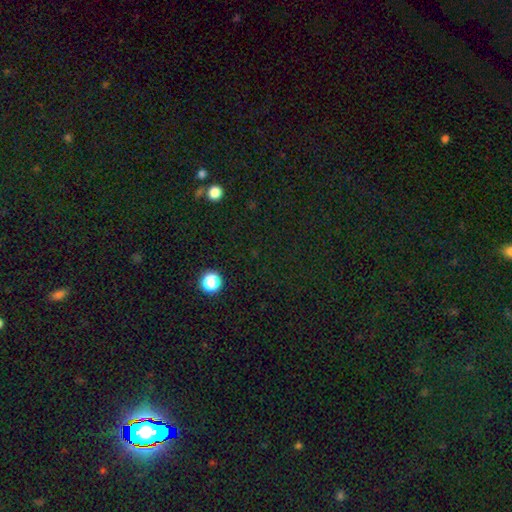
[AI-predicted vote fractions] Morphology: type=star or artifact (79%).